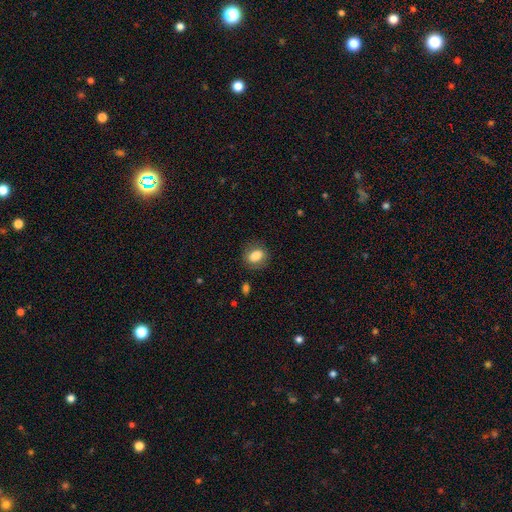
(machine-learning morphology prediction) type=smooth (81%); roundness=in between (69%); merging=none (82%).